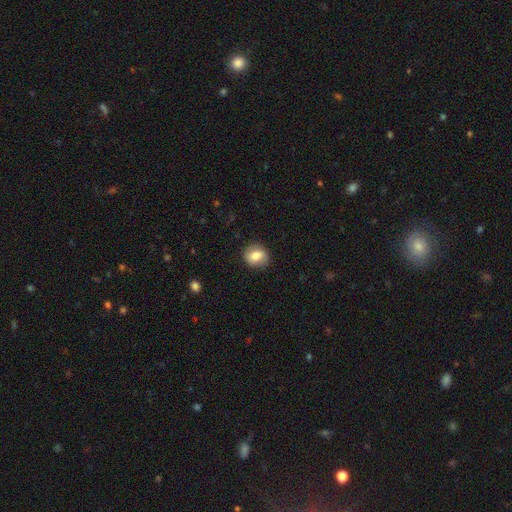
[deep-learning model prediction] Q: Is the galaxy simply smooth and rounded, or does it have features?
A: smooth — 77%.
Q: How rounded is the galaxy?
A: round — 67%.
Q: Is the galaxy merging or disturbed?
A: none — 85%.